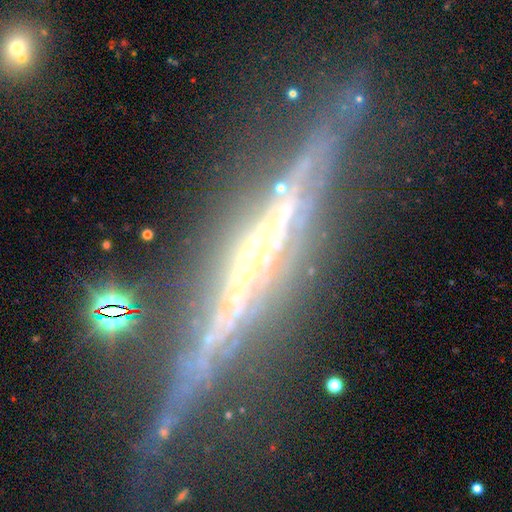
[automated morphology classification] This is likely a featured or disk galaxy (80%). It is clearly viewed edge-on (87%). Edge-on bulge: marginally none (43%). Merging: likely none (66%).